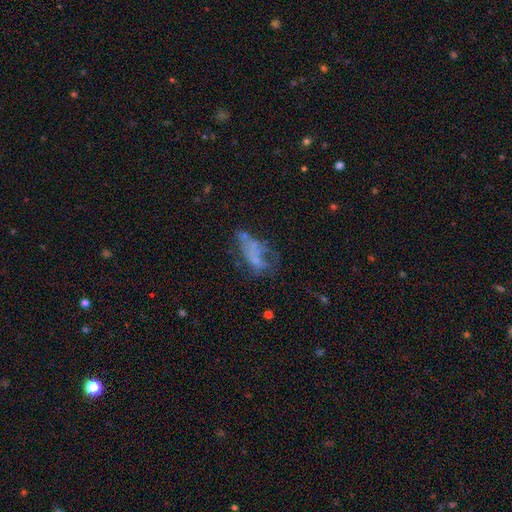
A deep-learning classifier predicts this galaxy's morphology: smooth-or-featured: featured or disk: 46% | smooth: 36% | star or artifact: 18%
  merging: none: 34% | major disturbance: 33% | minor disturbance: 20% | merger: 13%